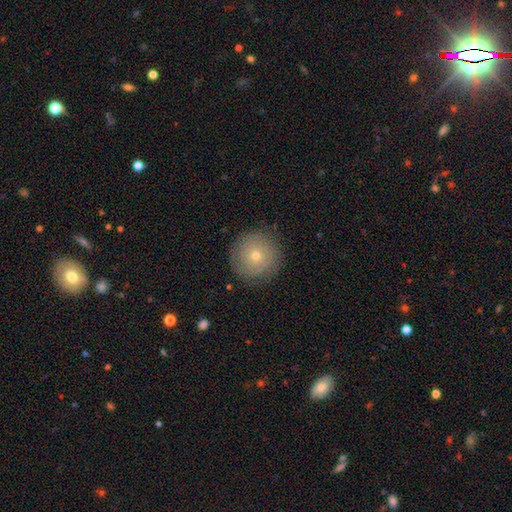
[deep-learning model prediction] smooth 56%, featured or disk 32%, star or artifact 12%. Down the decision tree: how rounded — round (95%); merging — none (86%).